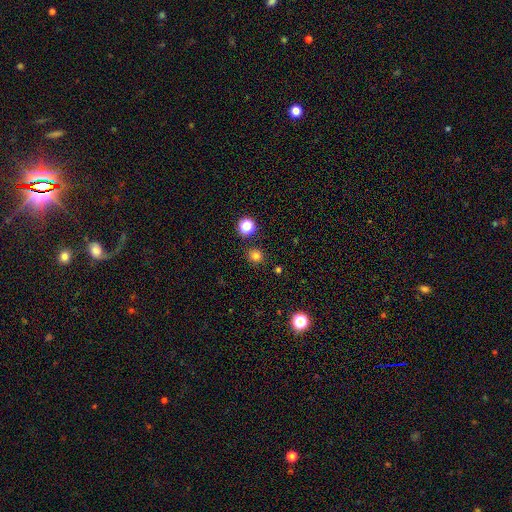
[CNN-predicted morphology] Smooth or featured? smooth (78%)
How rounded? round (91%)
Merging? none (89%)